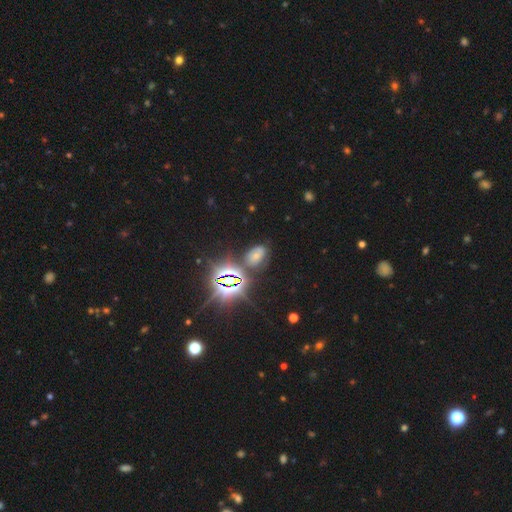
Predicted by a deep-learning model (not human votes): Smooth or featured: star or artifact — 49% (smooth — 34%)